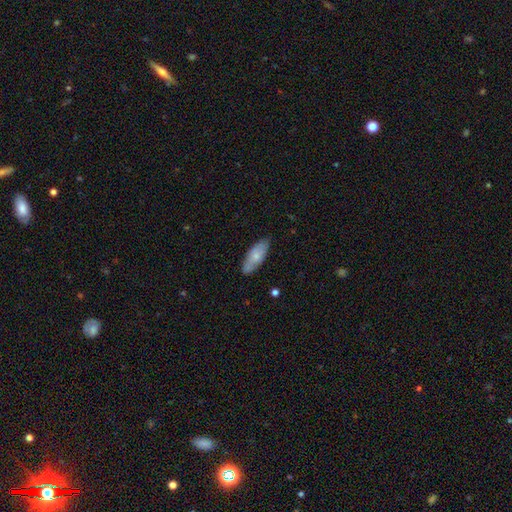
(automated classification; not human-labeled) Smooth or featured? smooth (69%)
How rounded? in between (71%)
Merging? none (79%)